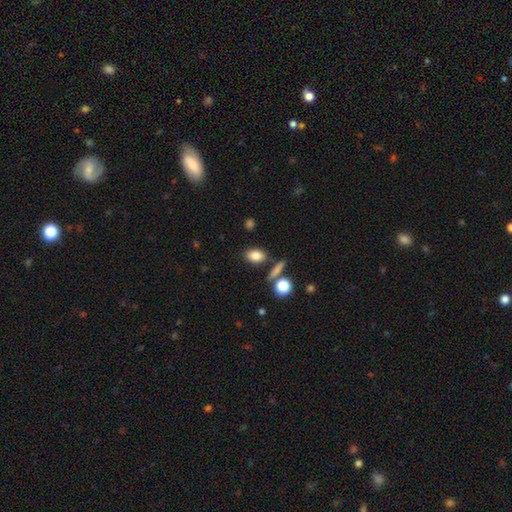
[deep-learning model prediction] Q: Smooth or featured?
A: smooth (82%); runner-up: star or artifact (10%)
Q: How rounded?
A: in between (78%); runner-up: round (18%)
Q: Merging?
A: none (77%); runner-up: minor disturbance (10%)